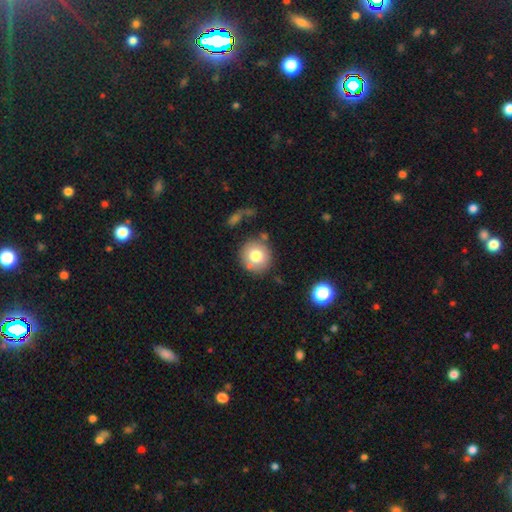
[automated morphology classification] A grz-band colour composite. It shows a smooth galaxy with no disk features (75%) that is round (91%). Merging: none (76%).